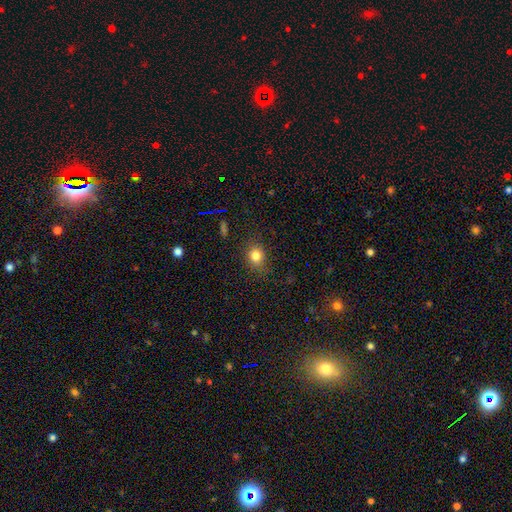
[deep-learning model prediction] A smooth galaxy with no disk features (80%) that is round (63%). Merging: none (81%).